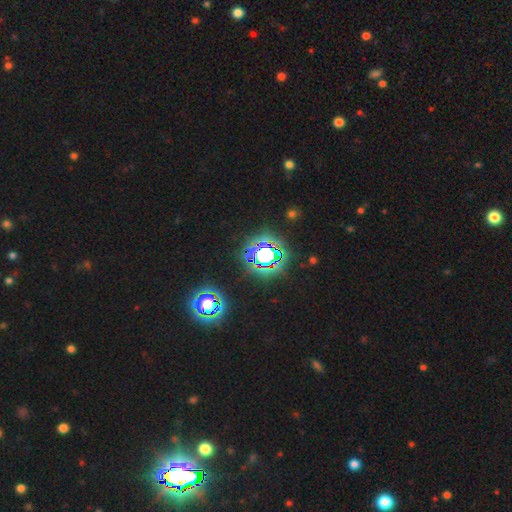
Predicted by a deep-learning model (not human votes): This appears to be a star or artifact, not a galaxy (77%).